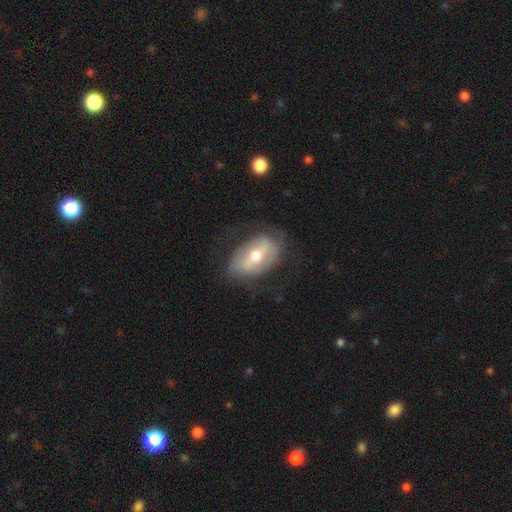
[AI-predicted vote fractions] featured or disk 63%, smooth 30%, star or artifact 7%. Down the decision tree: edge-on disk — no (90%); bar — strong (45%); spiral arms — yes (53%); bulge size — moderate (71%); merging — none (67%).